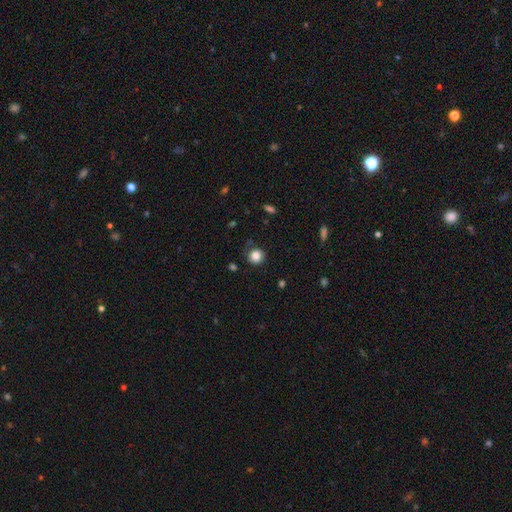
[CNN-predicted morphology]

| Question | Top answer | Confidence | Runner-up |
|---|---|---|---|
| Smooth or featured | smooth | 83% | star or artifact (11%) |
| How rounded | round | 91% | in between (8%) |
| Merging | none | 81% | minor disturbance (13%) |